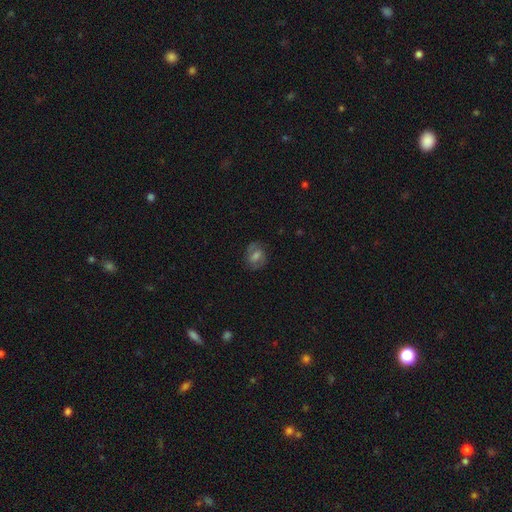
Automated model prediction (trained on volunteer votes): featured or disk 48%, smooth 38%, star or artifact 13%. Down the decision tree: merging — none (77%).